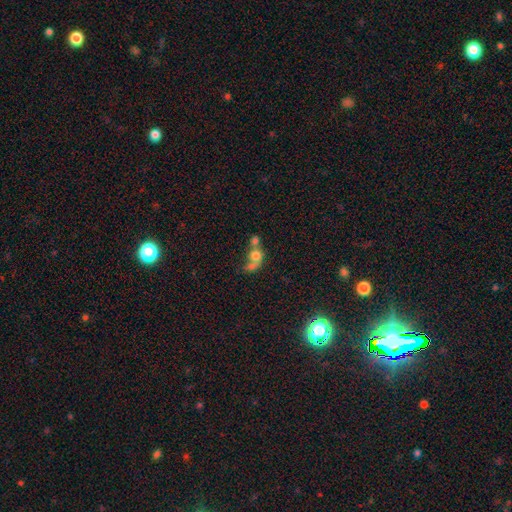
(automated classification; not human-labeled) Q: Smooth or featured?
A: smooth (65%); runner-up: featured or disk (23%)
Q: How rounded?
A: round (66%); runner-up: in between (32%)
Q: Merging?
A: merger (61%); runner-up: none (19%)